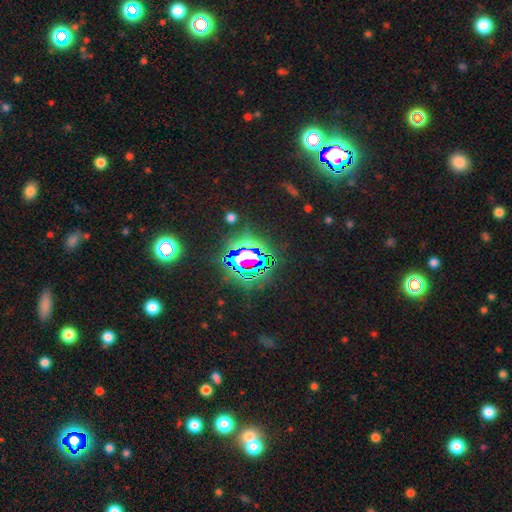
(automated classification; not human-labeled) Overall: star or artifact (81%).